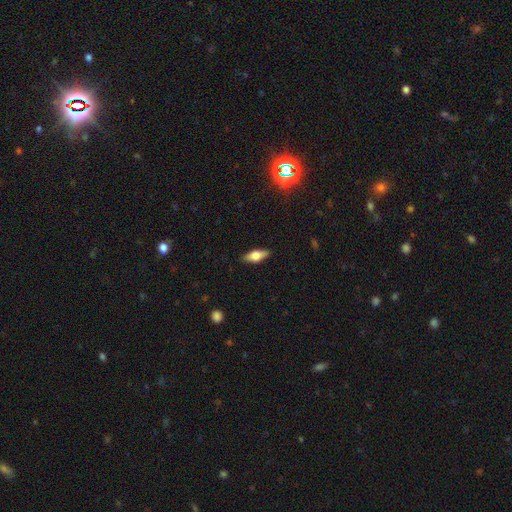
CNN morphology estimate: Overall: smooth (53%; featured or disk 40%). How rounded: in between (65%; cigar-shaped 32%). Merging: none (88%).